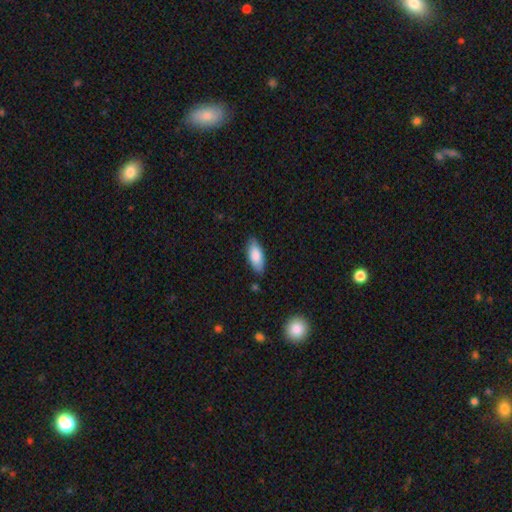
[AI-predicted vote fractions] The model was most divided on "how rounded": in between: 81%, cigar-shaped: 17%, round: 2%. More confident: smooth or featured — smooth (84%); merging — none (83%).